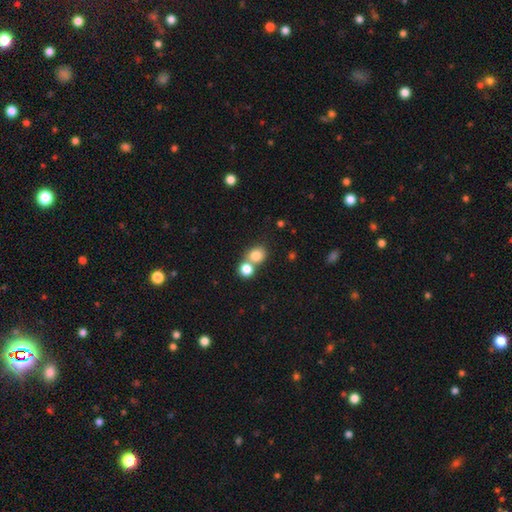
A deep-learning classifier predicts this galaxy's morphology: The model was most divided on "merging": none: 46%, merger: 44%, minor disturbance: 7%, major disturbance: 3%. More confident: smooth or featured — smooth (80%); how rounded — round (74%).